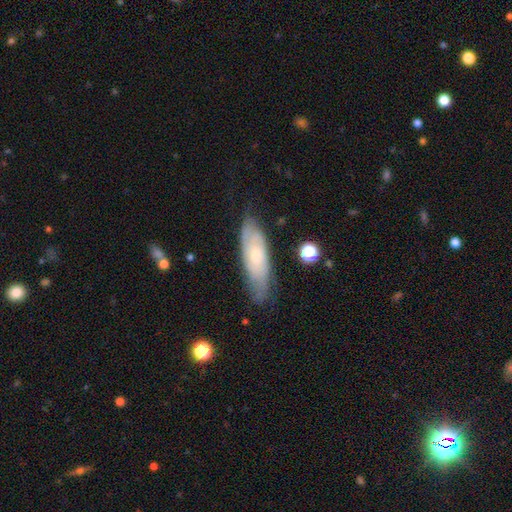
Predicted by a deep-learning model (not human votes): Q: Smooth or featured?
A: featured or disk (63%); runner-up: smooth (31%)
Q: Edge-on disk?
A: no (78%); runner-up: yes (22%)
Q: Merging?
A: none (72%); runner-up: minor disturbance (21%)